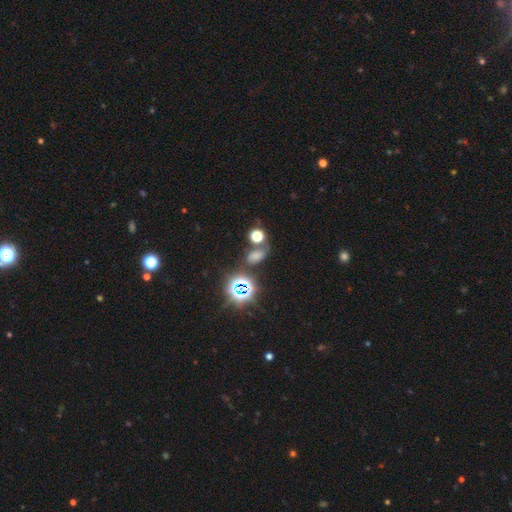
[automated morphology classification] Smooth or featured? Predicted: smooth (p=0.52). How rounded? Predicted: in between (p=0.75). Merging? Predicted: none (p=0.57).